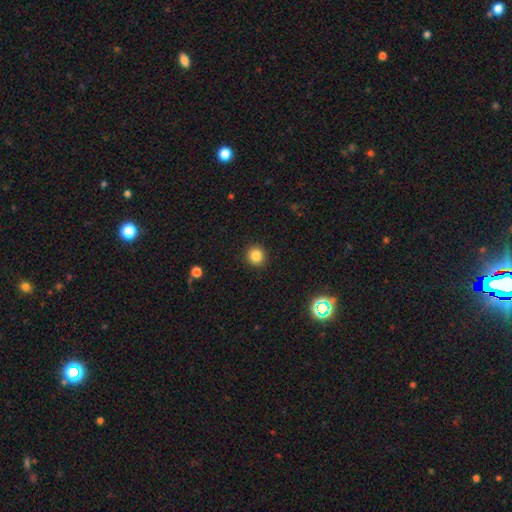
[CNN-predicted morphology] smooth_or_featured: smooth (p=0.84) [alt: star or artifact p=0.12]
how_rounded: round (p=0.93) [alt: in between p=0.06]
merging: none (p=0.92) [alt: minor disturbance p=0.05]